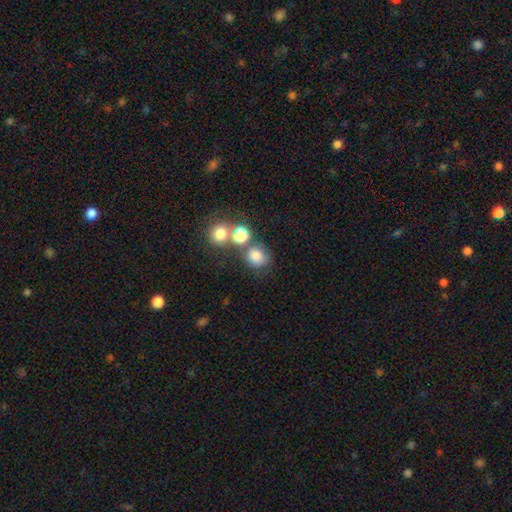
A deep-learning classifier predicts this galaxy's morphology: A smooth galaxy with no disk features (78%) that is round (74%). Merging: none (56%).